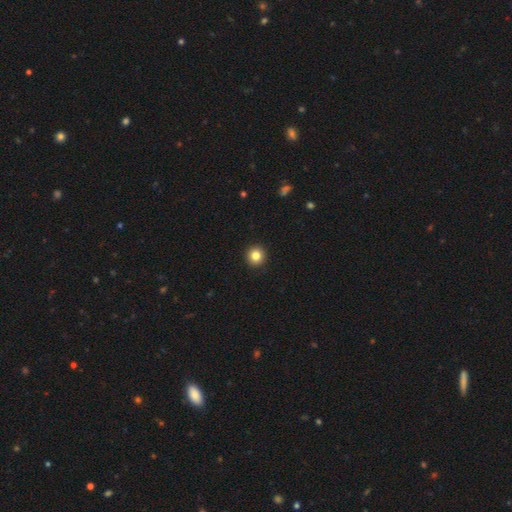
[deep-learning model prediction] The model was most divided on "smooth or featured": smooth: 84%, star or artifact: 11%, featured or disk: 6%. More confident: merging — none (94%); how rounded — round (94%).